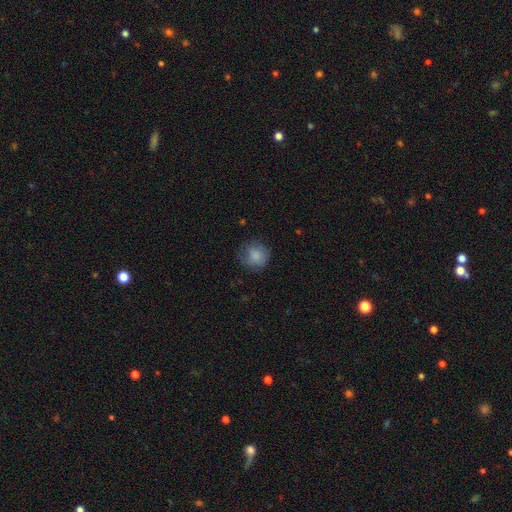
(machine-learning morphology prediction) This appears to be a smooth galaxy with no disk features (83%) that is round (89%). Merging: none (71%).